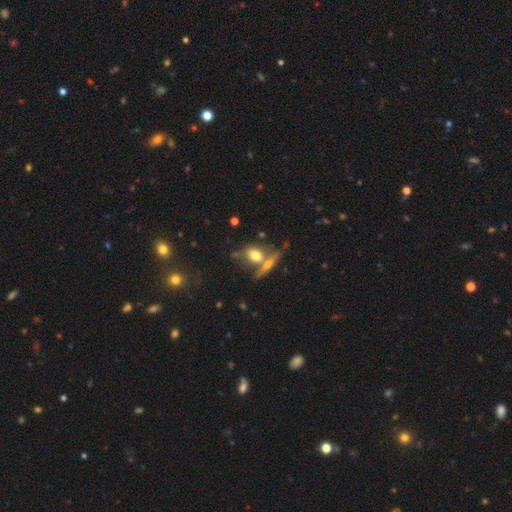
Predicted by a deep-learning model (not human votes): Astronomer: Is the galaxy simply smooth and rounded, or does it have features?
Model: smooth — 65%.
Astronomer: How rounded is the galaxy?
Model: in between — 61%.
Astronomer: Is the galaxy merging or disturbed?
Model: merger — 42% (runner-up: none, 39%).